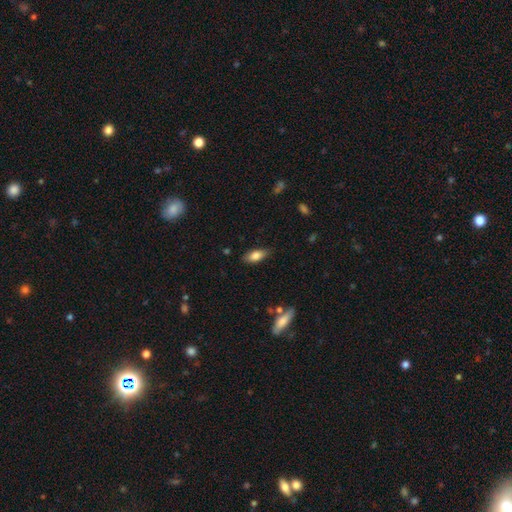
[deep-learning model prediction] A smooth galaxy with no disk features (81%) that is in between round and cigar-shaped (84%).

Vote fractions:
- Smooth or featured? smooth: 81% / featured or disk: 12% / star or artifact: 7%
- How rounded? in between: 84% / cigar-shaped: 14% / round: 3%
- Merging? none: 82% / minor disturbance: 14% / major disturbance: 3% / merger: 1%